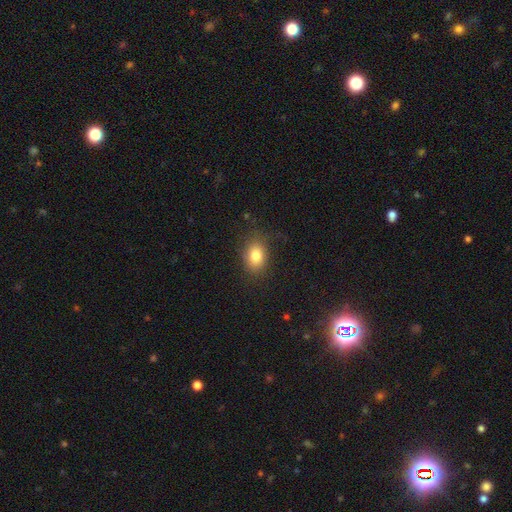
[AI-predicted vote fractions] smooth_or_featured: smooth (p=0.80) [alt: star or artifact p=0.10]
how_rounded: in between (p=0.68) [alt: round p=0.30]
merging: none (p=0.79) [alt: minor disturbance p=0.15]